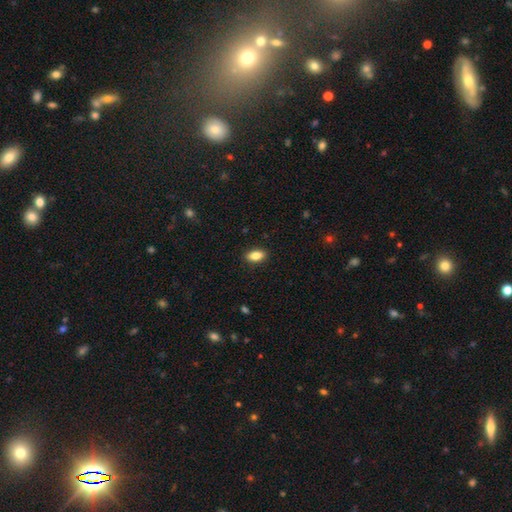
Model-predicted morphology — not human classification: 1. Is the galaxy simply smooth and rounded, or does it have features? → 84% smooth, 8% star or artifact, 8% featured or disk.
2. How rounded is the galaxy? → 89% in between, 6% cigar-shaped, 5% round.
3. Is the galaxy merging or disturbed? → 89% none, 8% minor disturbance, 2% major disturbance, 1% merger.